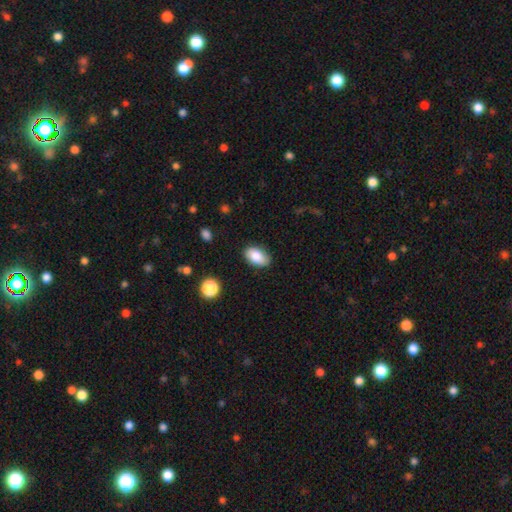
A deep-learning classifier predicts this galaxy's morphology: The model was most divided on "merging": none: 81%, minor disturbance: 15%, major disturbance: 3%, merger: 1%. More confident: how rounded — in between (91%); smooth or featured — smooth (80%).